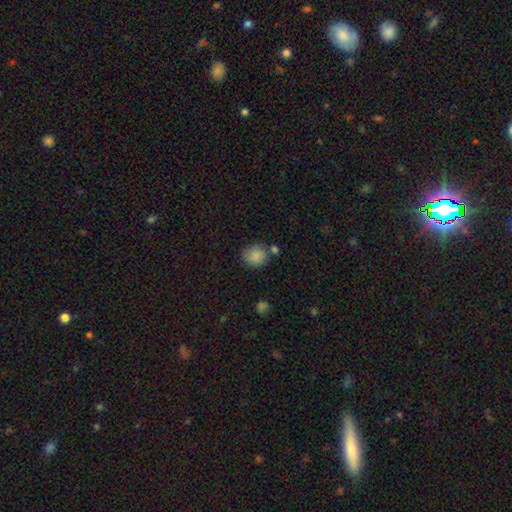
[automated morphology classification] smooth_or_featured: smooth (p=0.85) [alt: star or artifact p=0.09]
how_rounded: round (p=0.78) [alt: in between p=0.21]
merging: none (p=0.70) [alt: minor disturbance p=0.14]